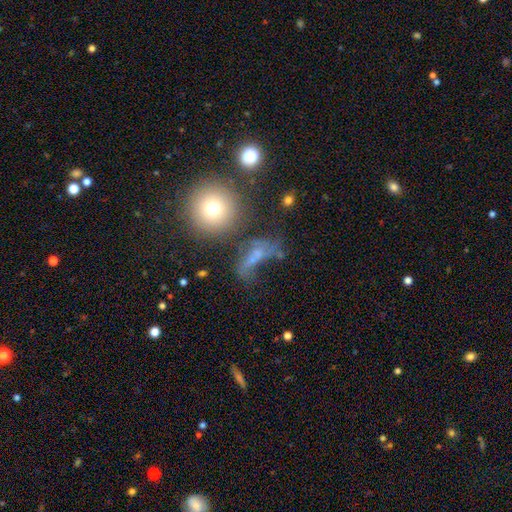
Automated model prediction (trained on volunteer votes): Smooth or featured? Predicted: smooth (p=0.47). Merging? Predicted: major disturbance (p=0.34).